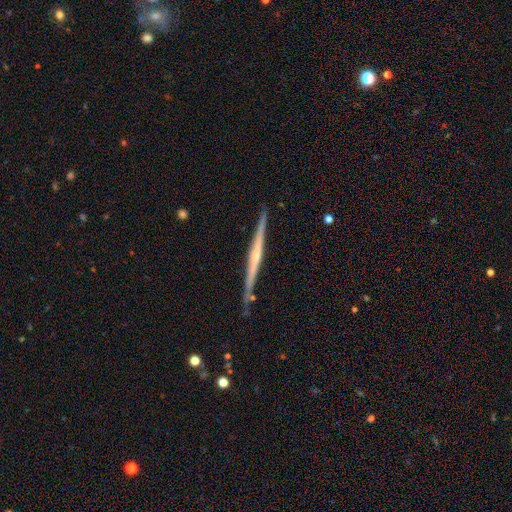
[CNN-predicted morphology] Smooth or featured? Predicted: featured or disk (p=0.76). Edge-on disk? Predicted: yes (p=0.98). Edge-on bulge? Predicted: rounded (p=0.49). Merging? Predicted: none (p=0.87).